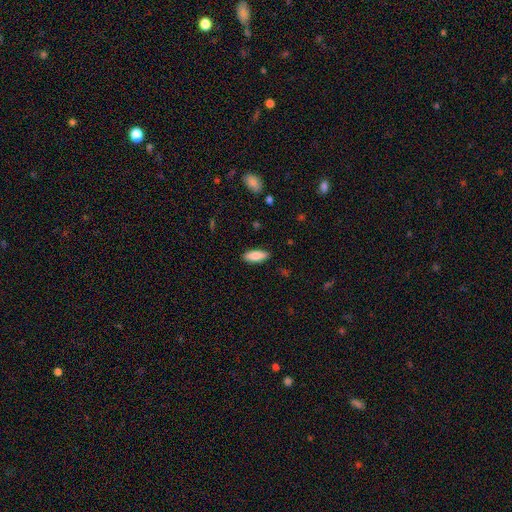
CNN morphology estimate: Smooth or featured? Predicted: smooth (p=0.85). How rounded? Predicted: in between (p=0.77). Merging? Predicted: none (p=0.88).